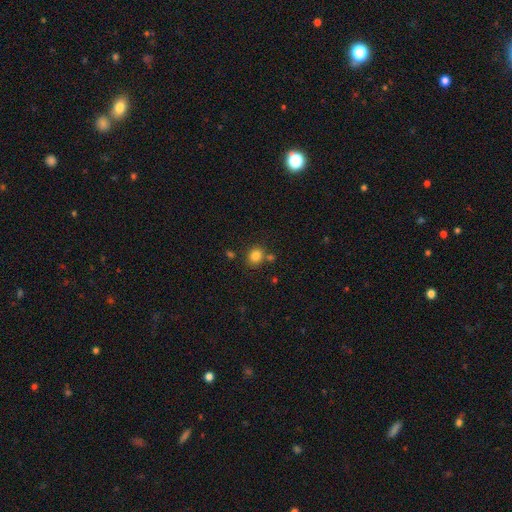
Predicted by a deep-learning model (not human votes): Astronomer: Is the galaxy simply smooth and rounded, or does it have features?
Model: smooth — 82%.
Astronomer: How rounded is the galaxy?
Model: round — 73%.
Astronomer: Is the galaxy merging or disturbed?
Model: none — 74%.